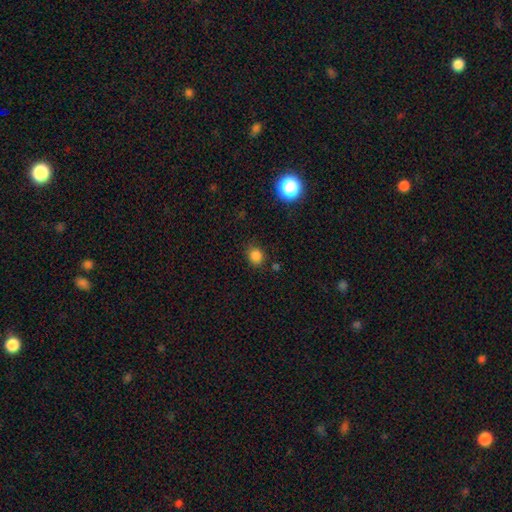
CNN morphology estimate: Smooth or featured?
  - smooth: 82% *
  - star or artifact: 15%
  - featured or disk: 4%
How rounded?
  - round: 74% *
  - in between: 25%
  - cigar-shaped: 1%
Merging?
  - none: 82% *
  - minor disturbance: 12%
  - major disturbance: 3%
  - merger: 2%